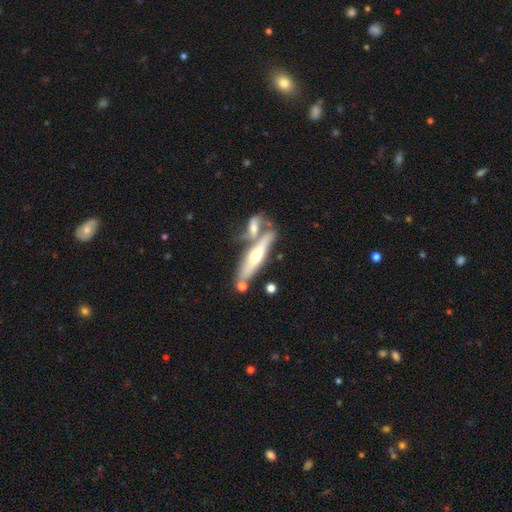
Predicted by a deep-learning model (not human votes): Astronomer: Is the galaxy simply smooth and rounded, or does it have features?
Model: featured or disk — 54% (runner-up: smooth, 39%).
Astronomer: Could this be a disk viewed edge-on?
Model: yes — 83%.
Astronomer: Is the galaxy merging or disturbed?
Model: none — 52% (runner-up: merger, 30%).